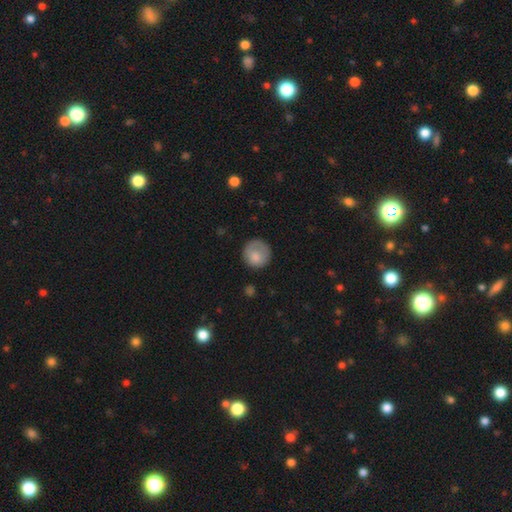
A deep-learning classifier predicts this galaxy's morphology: A smooth galaxy with no disk features (78%) that is round (89%). Merging: none (67%).